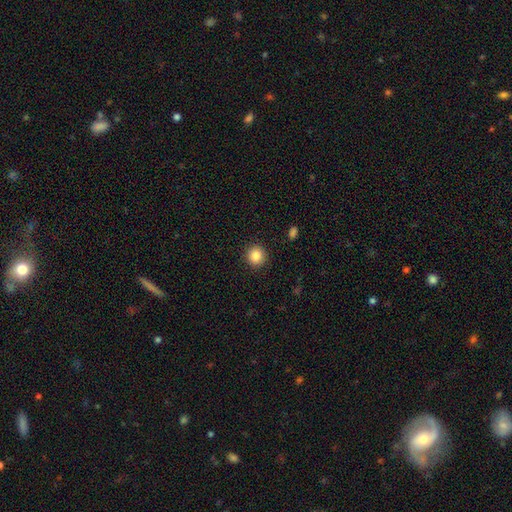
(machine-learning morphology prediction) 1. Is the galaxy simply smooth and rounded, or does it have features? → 86% smooth, 10% star or artifact, 4% featured or disk.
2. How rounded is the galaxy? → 92% round, 7% in between, 1% cigar-shaped.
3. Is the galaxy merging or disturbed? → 91% none, 6% minor disturbance, 2% major disturbance, 1% merger.